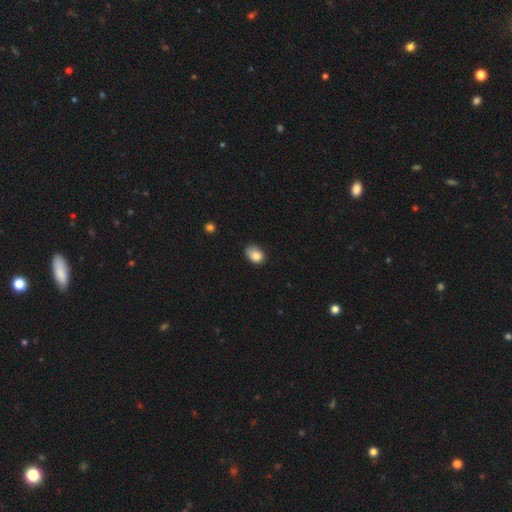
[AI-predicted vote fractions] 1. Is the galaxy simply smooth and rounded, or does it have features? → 84% smooth, 9% star or artifact, 7% featured or disk.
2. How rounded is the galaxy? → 69% in between, 30% round, 1% cigar-shaped.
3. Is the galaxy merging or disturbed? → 59% none, 33% minor disturbance, 6% major disturbance, 2% merger.